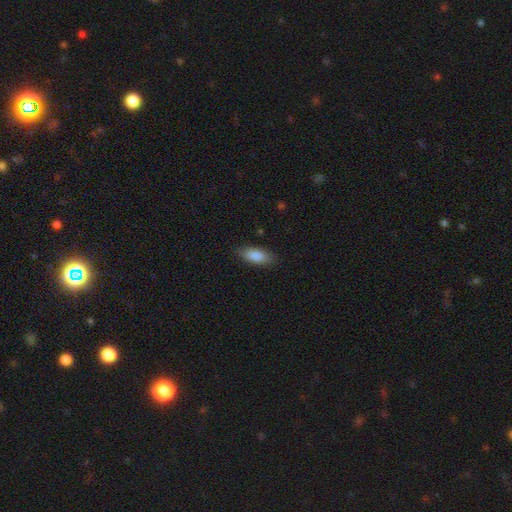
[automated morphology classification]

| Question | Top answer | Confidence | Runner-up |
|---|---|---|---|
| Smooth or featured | smooth | 88% | featured or disk (6%) |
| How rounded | in between | 81% | cigar-shaped (17%) |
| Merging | none | 85% | minor disturbance (12%) |